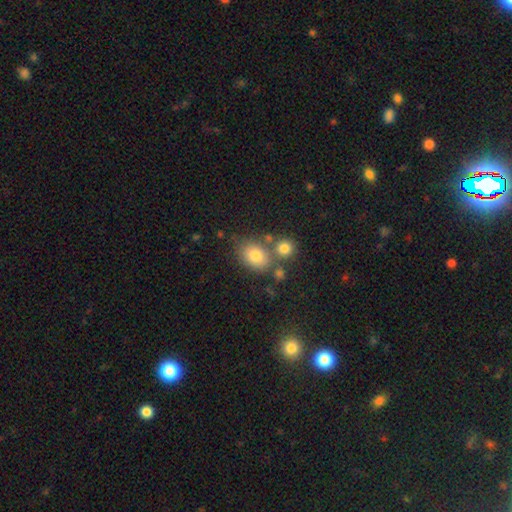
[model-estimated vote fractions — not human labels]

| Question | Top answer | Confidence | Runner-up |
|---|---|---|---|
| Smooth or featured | smooth | 77% | star or artifact (11%) |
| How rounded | in between | 68% | round (31%) |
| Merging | none | 62% | merger (20%) |